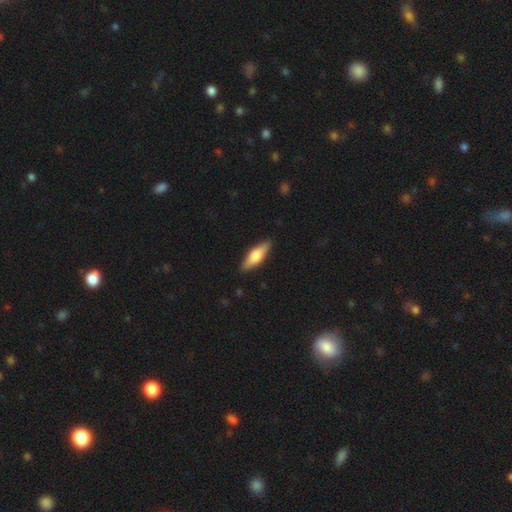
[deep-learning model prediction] This is possibly a smooth galaxy (58%). How rounded: possibly in between (52%). Merging: clearly none (88%).